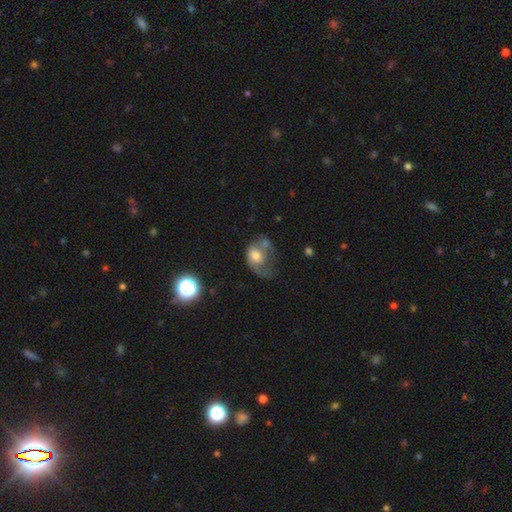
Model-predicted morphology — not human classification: This is possibly a smooth galaxy (46%). Merging: marginally major disturbance (43%).